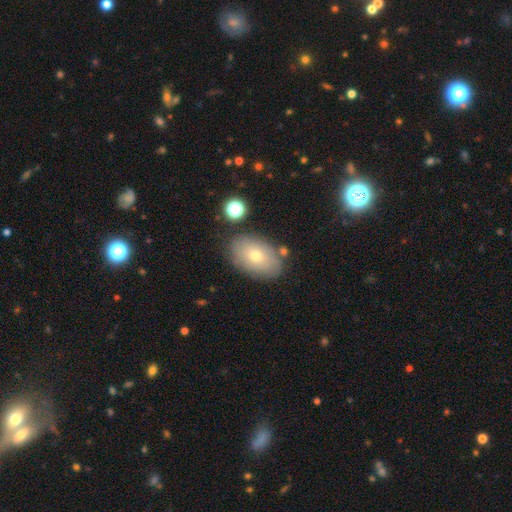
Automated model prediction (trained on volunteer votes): smooth_or_featured: smooth (p=0.68) [alt: featured or disk p=0.23]
how_rounded: in between (p=0.87) [alt: round p=0.12]
merging: none (p=0.80) [alt: minor disturbance p=0.13]